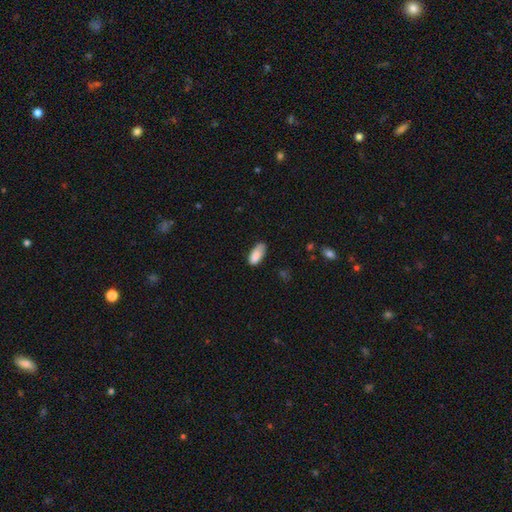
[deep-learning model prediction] A smooth galaxy with no disk features (86%) that is in between round and cigar-shaped (88%). Merging: none (61%).